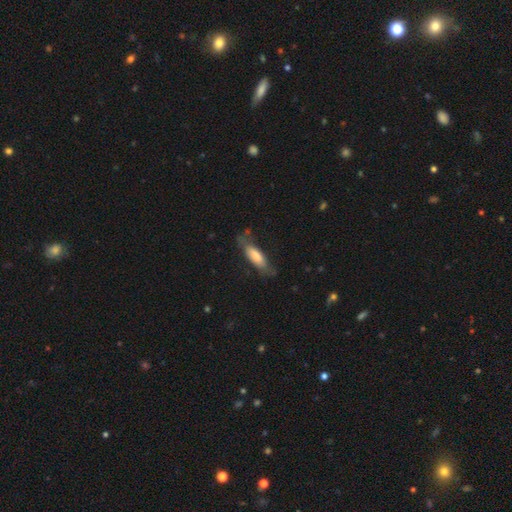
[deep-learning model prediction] smooth_or_featured: smooth (p=0.63) [alt: featured or disk p=0.31]
how_rounded: cigar-shaped (p=0.51) [alt: in between p=0.47]
merging: none (p=0.63) [alt: minor disturbance p=0.24]